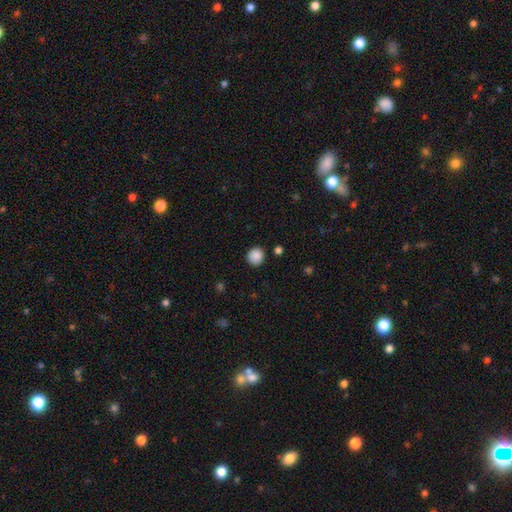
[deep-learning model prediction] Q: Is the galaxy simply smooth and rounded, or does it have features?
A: smooth — 88%.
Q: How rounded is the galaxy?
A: round — 91%.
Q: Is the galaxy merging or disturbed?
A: none — 88%.